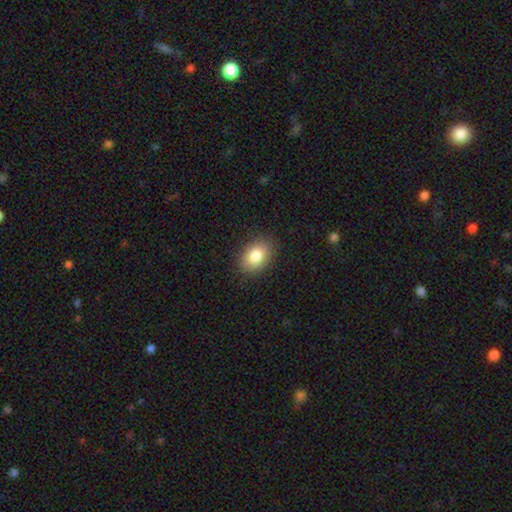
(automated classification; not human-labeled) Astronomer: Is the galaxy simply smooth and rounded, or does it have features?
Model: smooth — 84%.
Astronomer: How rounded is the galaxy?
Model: in between — 82%.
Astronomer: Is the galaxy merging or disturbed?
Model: none — 87%.